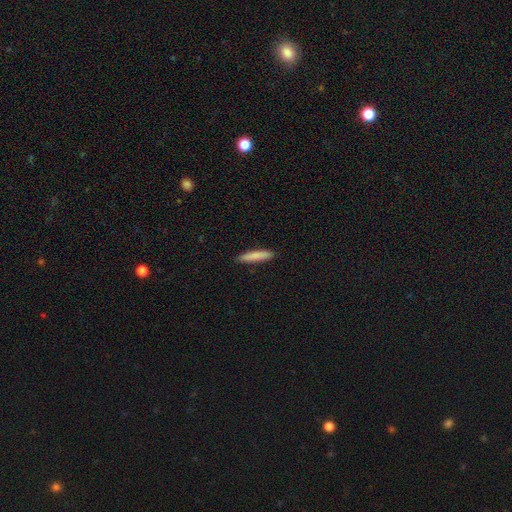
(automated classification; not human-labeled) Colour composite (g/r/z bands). It shows a smooth galaxy with no disk features (84%) that is cigar-shaped (90%). Merging: none (90%).